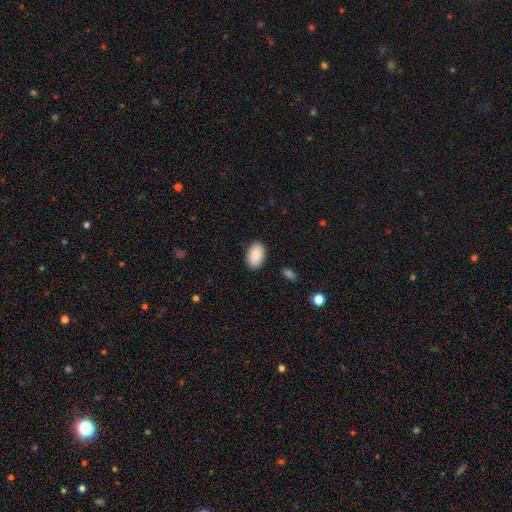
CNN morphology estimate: Smooth or featured?
  - smooth: 89% *
  - star or artifact: 6%
  - featured or disk: 5%
How rounded?
  - in between: 92% *
  - round: 7%
  - cigar-shaped: 1%
Merging?
  - none: 88% *
  - minor disturbance: 9%
  - major disturbance: 2%
  - merger: 1%